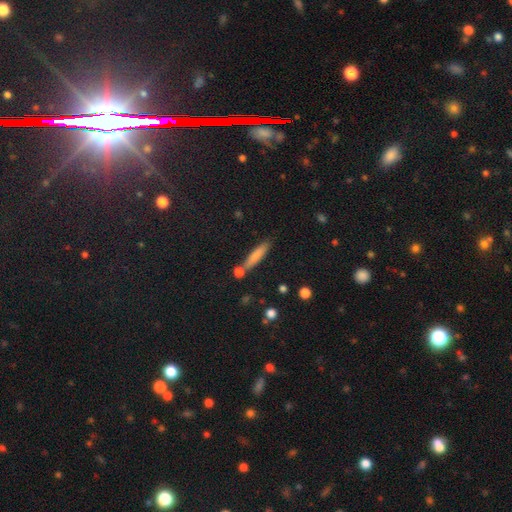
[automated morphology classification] This is likely a smooth galaxy (76%). How rounded: clearly cigar-shaped (86%). Merging: likely none (74%).